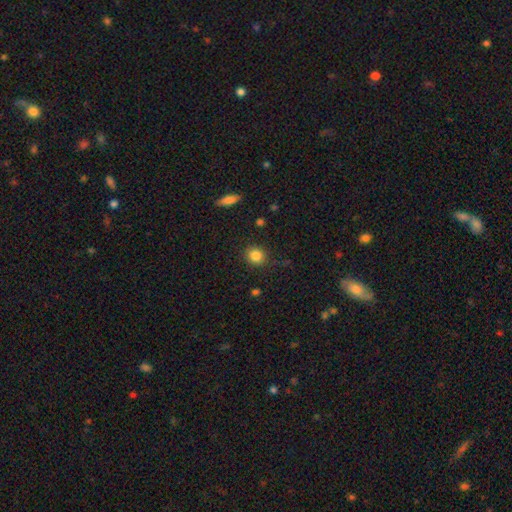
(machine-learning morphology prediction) Smooth or featured? smooth (84%)
How rounded? round (85%)
Merging? none (87%)